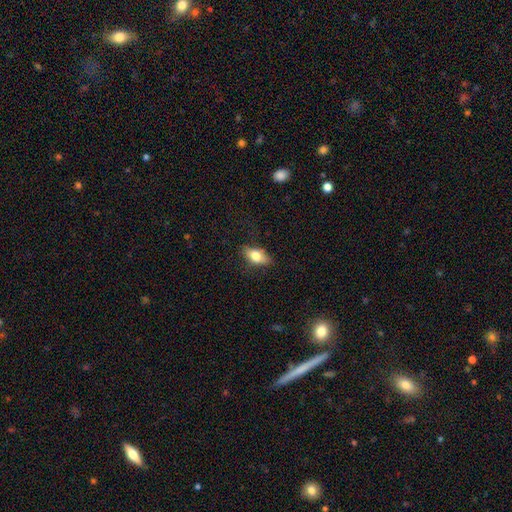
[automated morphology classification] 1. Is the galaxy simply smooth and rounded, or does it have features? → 72% smooth, 21% featured or disk, 8% star or artifact.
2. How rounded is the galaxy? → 84% in between, 10% cigar-shaped, 6% round.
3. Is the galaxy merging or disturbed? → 75% none, 18% minor disturbance, 5% major disturbance, 1% merger.